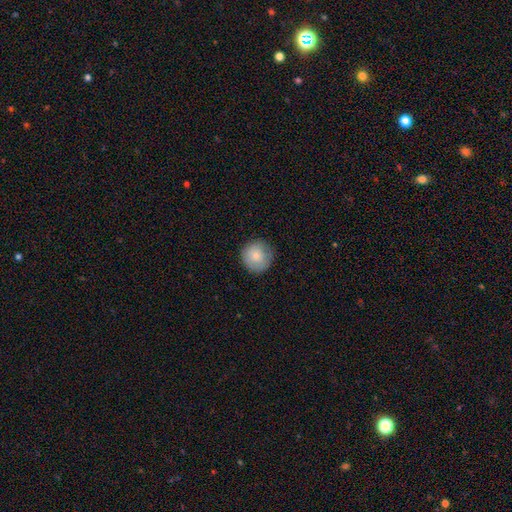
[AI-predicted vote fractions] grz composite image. It shows a smooth galaxy with no disk features (83%) that is round (93%). Merging: none (84%).